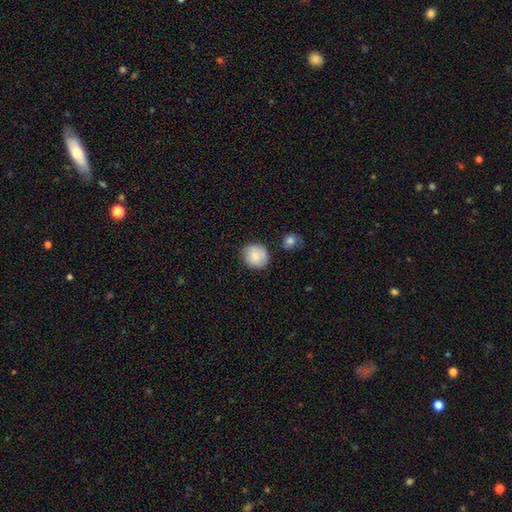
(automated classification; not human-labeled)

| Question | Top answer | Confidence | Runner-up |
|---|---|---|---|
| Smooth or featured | smooth | 83% | featured or disk (10%) |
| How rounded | round | 83% | in between (16%) |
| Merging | none | 78% | minor disturbance (15%) |